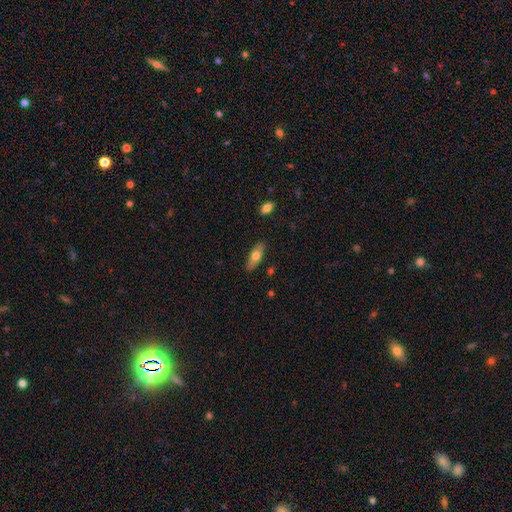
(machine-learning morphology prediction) Smooth or featured? smooth (64%)
How rounded? in between (63%)
Merging? none (86%)